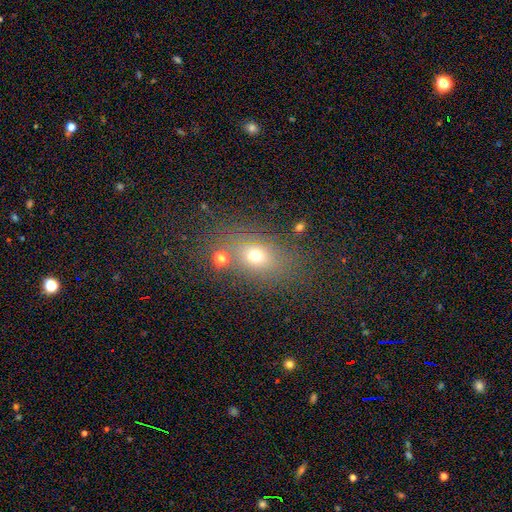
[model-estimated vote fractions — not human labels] smooth_or_featured: smooth (p=0.64) [alt: star or artifact p=0.22]
how_rounded: in between (p=0.61) [alt: round p=0.36]
merging: none (p=0.71) [alt: minor disturbance p=0.13]